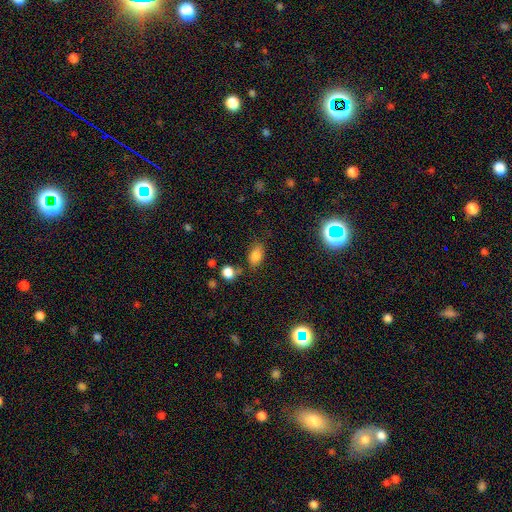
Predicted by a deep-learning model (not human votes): Smooth or featured? smooth (78%)
How rounded? in between (84%)
Merging? none (69%)